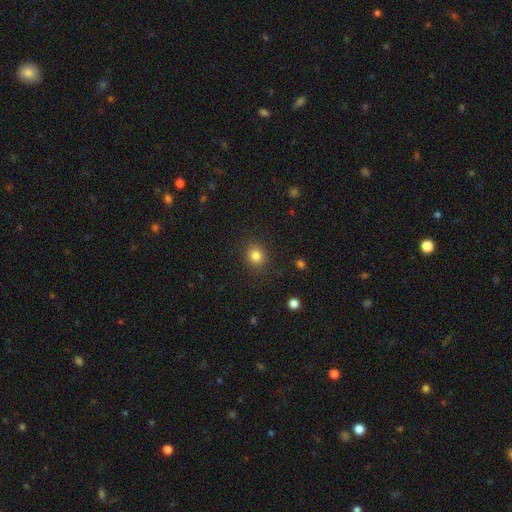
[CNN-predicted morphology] This is clearly a smooth galaxy (83%). How rounded: clearly round (81%). Merging: clearly none (88%).